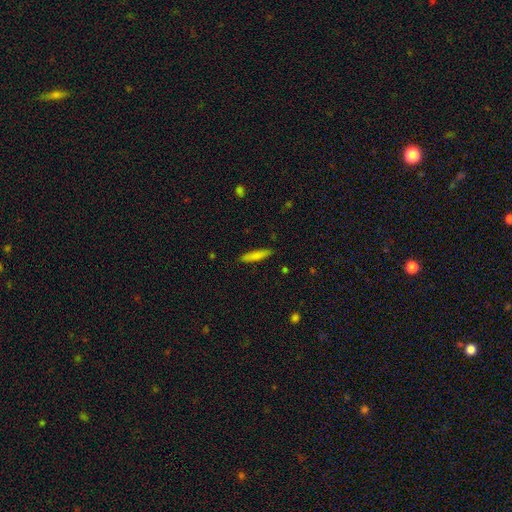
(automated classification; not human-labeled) The model was most divided on "smooth or featured": smooth: 80%, featured or disk: 14%, star or artifact: 6%. More confident: merging — none (88%); how rounded — cigar-shaped (87%).